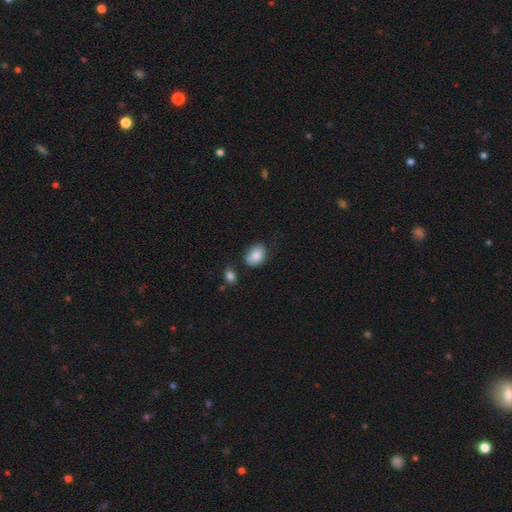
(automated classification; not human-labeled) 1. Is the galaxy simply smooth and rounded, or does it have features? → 86% smooth, 7% star or artifact, 7% featured or disk.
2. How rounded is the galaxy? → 78% in between, 21% round, 1% cigar-shaped.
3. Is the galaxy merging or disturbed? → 67% none, 23% minor disturbance, 5% major disturbance, 5% merger.